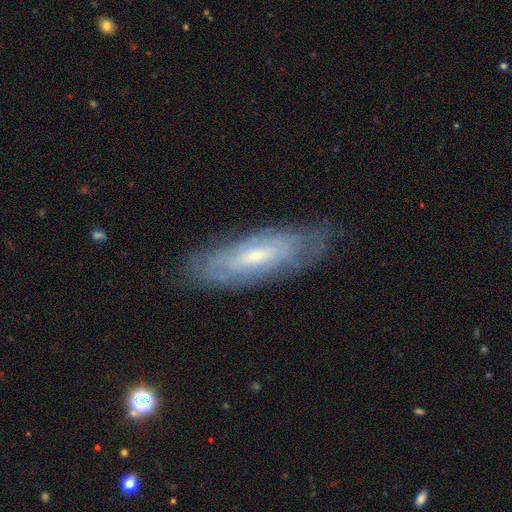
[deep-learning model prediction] Smooth or featured: featured or disk — 64% (smooth — 28%)
Edge-on disk: no — 72% (yes — 28%)
Merging: none — 78% (minor disturbance — 17%)